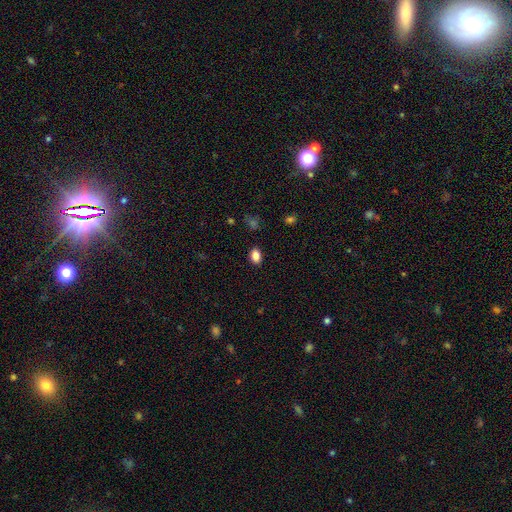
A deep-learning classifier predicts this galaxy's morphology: The model was most divided on "how rounded": in between: 83%, round: 15%, cigar-shaped: 2%. More confident: merging — none (88%); smooth or featured — smooth (86%).